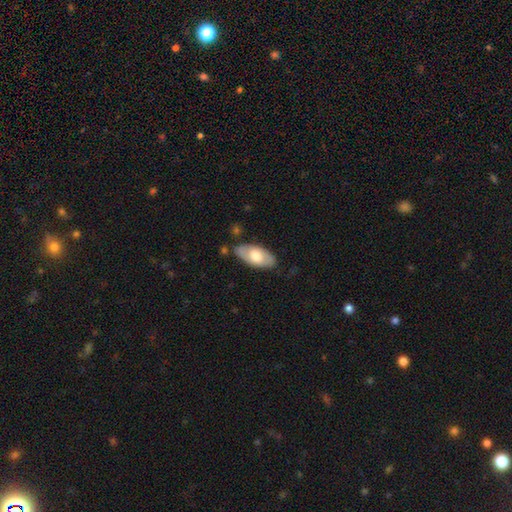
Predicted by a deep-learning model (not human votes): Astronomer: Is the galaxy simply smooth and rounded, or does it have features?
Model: smooth — 58% (runner-up: featured or disk, 37%).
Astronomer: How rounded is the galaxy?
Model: in between — 92%.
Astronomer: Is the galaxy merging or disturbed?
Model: none — 78%.